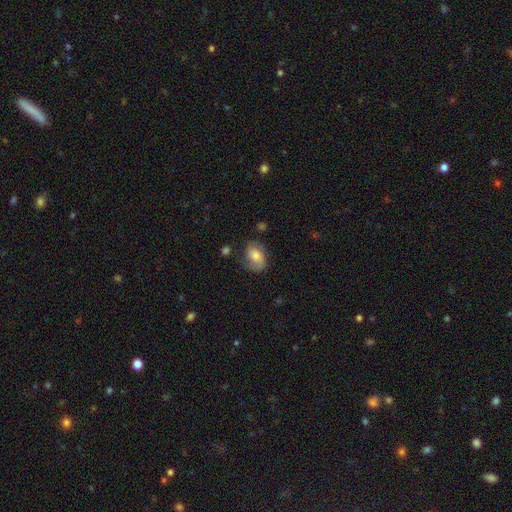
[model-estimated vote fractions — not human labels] The model was most divided on "merging": none: 60%, minor disturbance: 27%, major disturbance: 11%, merger: 2%. More confident: how rounded — in between (79%); smooth or featured — smooth (64%).